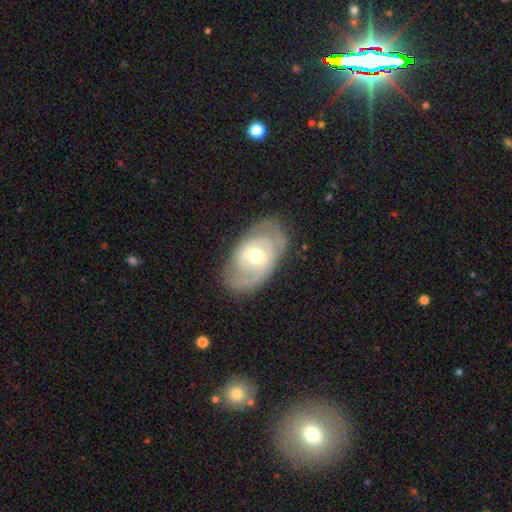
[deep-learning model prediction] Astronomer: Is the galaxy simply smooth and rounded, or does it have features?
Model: featured or disk — 71%.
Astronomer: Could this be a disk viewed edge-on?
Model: no — 93%.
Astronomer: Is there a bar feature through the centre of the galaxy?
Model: no — 63%.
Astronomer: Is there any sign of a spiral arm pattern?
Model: yes — 73%.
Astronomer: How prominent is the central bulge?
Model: moderate — 67%.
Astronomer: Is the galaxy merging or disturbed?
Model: none — 74%.